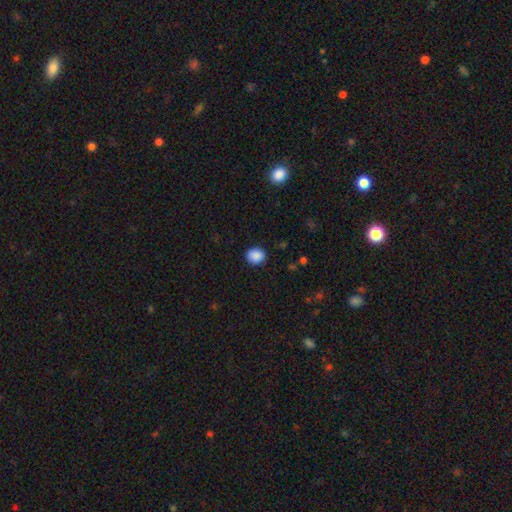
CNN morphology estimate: This is clearly a smooth galaxy (88%). How rounded: likely round (77%). Merging: clearly none (87%).